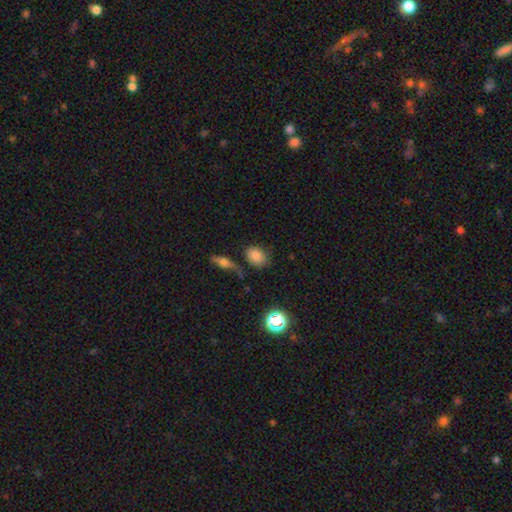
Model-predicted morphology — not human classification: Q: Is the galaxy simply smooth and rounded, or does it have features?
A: smooth — 80%.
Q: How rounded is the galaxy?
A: in between — 64%.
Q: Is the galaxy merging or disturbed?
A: none — 70%.